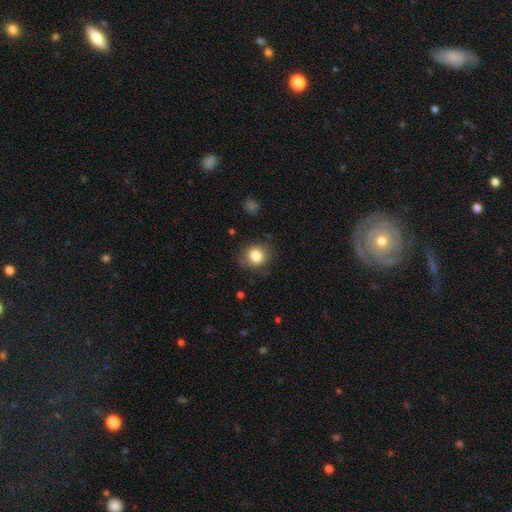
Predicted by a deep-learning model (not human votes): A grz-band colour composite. It shows a smooth galaxy with no disk features (83%) that is round (80%). Merging: none (81%).